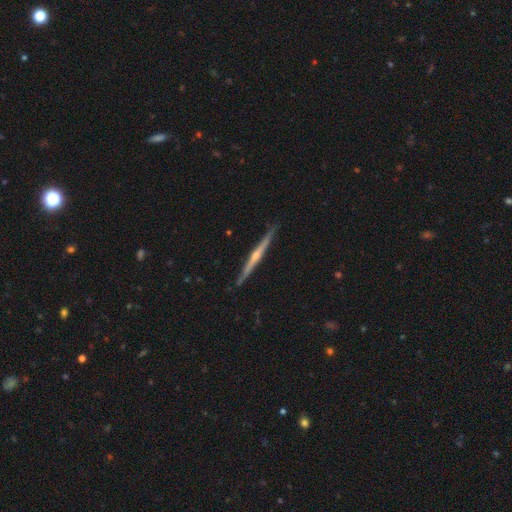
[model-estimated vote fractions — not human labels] Overall: featured or disk (77%). Edge-on disk: yes (98%). Edge-on bulge: rounded (71%). Merging: none (90%).